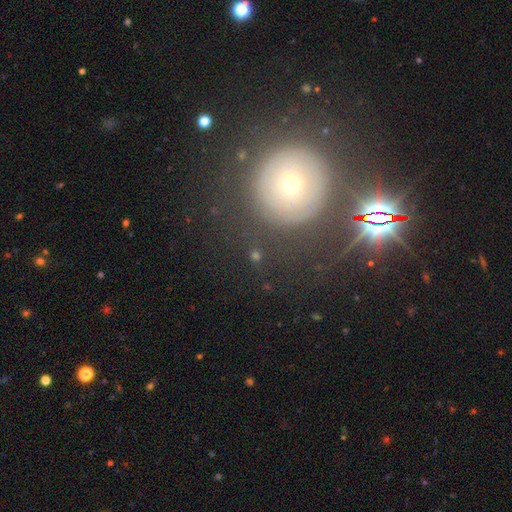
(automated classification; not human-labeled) A smooth galaxy with no disk features (39%). Merging: none (76%).